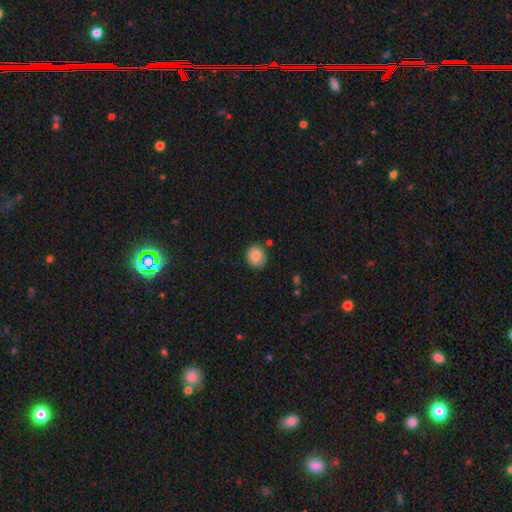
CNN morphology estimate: type=smooth (83%); roundness=round (74%); merging=none (82%).